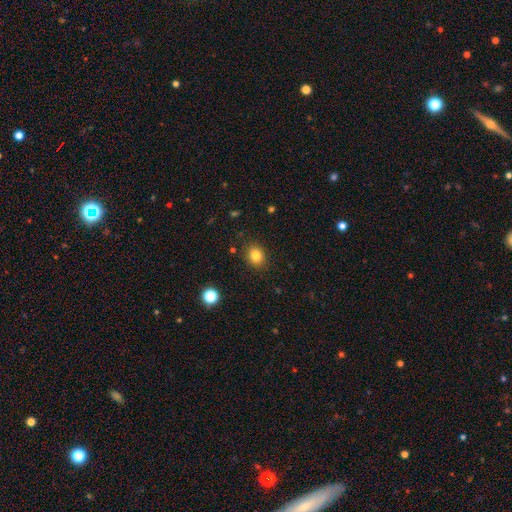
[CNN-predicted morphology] Overall: smooth (83%). How rounded: round (63%; in between 36%). Merging: none (88%).